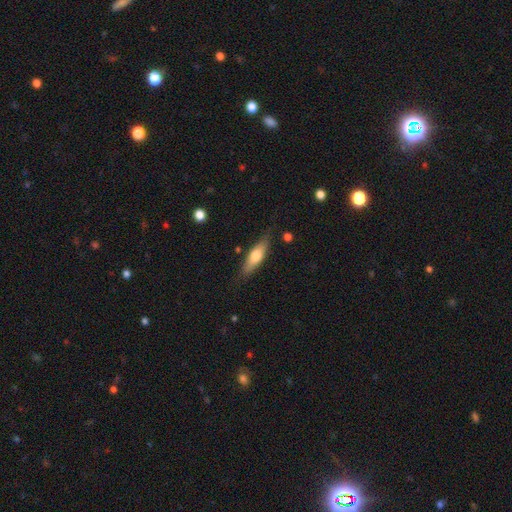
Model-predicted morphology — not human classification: smooth-or-featured: smooth: 61% | featured or disk: 33% | star or artifact: 6%
  how-rounded: cigar-shaped: 53% | in between: 45% | round: 2%
  merging: none: 78% | minor disturbance: 16% | major disturbance: 4% | merger: 2%